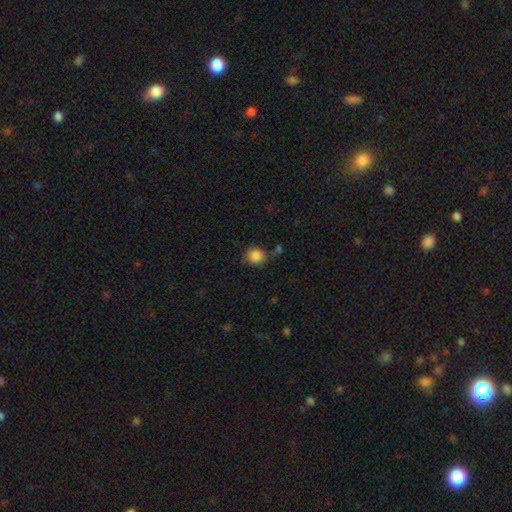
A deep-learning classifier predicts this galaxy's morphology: A smooth galaxy with no disk features (87%) that is round (84%).

Vote fractions:
- Smooth or featured? smooth: 87% / star or artifact: 9% / featured or disk: 4%
- How rounded? round: 84% / in between: 15% / cigar-shaped: 1%
- Merging? none: 74% / minor disturbance: 16% / merger: 6% / major disturbance: 4%